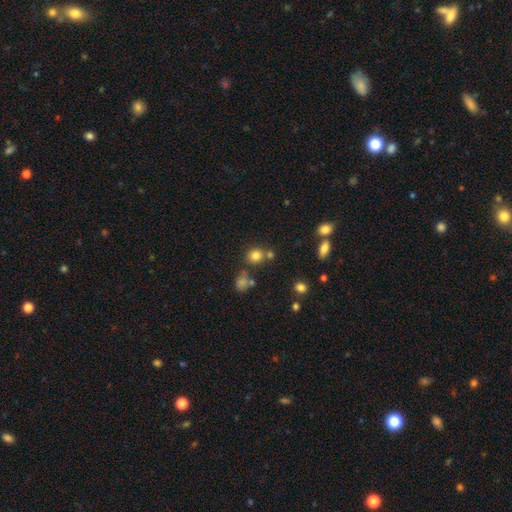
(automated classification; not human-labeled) The model was most divided on "merging": none: 67%, merger: 18%, minor disturbance: 11%, major disturbance: 4%. More confident: how rounded — round (82%); smooth or featured — smooth (79%).